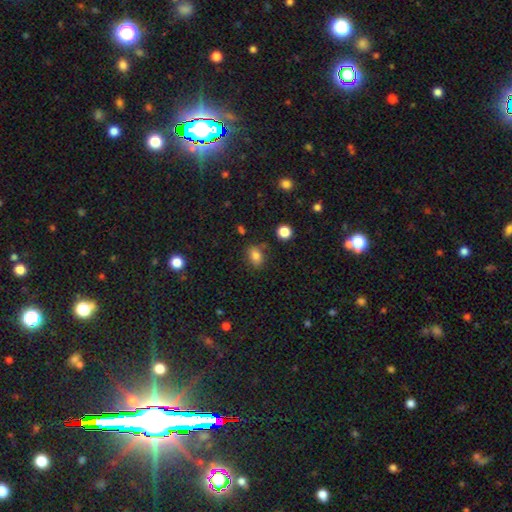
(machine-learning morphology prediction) This is clearly a smooth galaxy (80%). How rounded: likely in between (74%). Merging: likely none (77%).